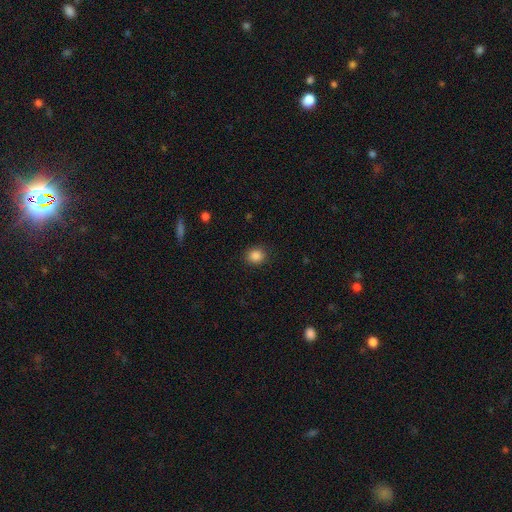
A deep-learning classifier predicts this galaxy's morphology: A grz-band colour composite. It shows a smooth galaxy with no disk features (86%) that is round (77%). Merging: none (88%).